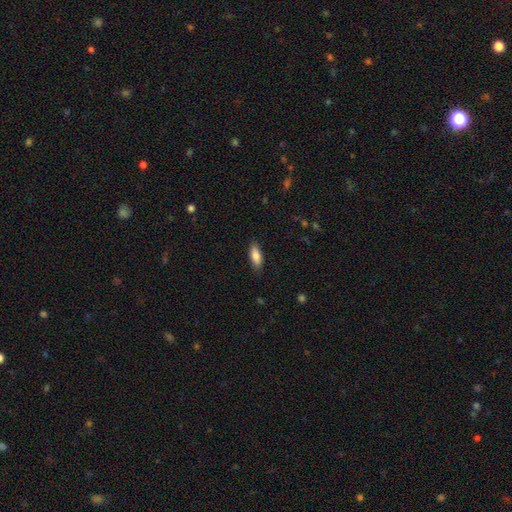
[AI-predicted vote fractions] Smooth or featured?
  - smooth: 84% *
  - featured or disk: 10%
  - star or artifact: 6%
How rounded?
  - in between: 71% *
  - cigar-shaped: 27%
  - round: 2%
Merging?
  - none: 85% *
  - minor disturbance: 12%
  - major disturbance: 2%
  - merger: 1%